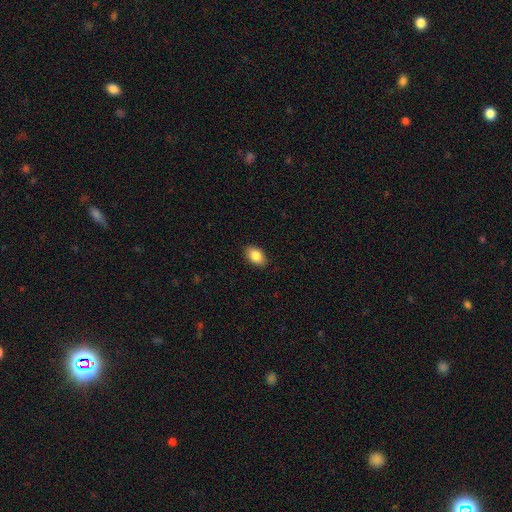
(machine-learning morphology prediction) Smooth or featured? smooth (87%)
How rounded? in between (88%)
Merging? none (88%)